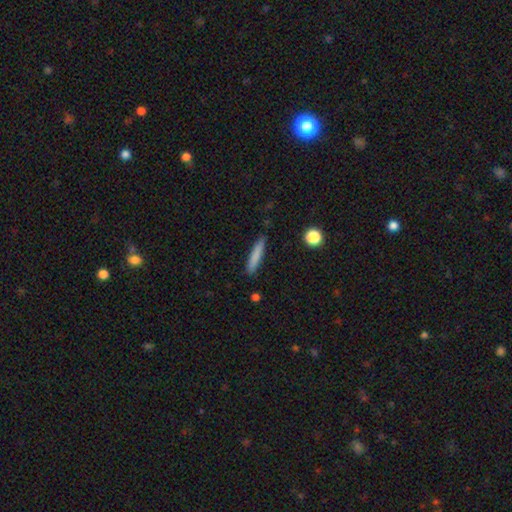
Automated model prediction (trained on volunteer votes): Q: Smooth or featured?
A: smooth (80%); runner-up: featured or disk (13%)
Q: How rounded?
A: cigar-shaped (92%); runner-up: in between (7%)
Q: Merging?
A: none (86%); runner-up: minor disturbance (10%)